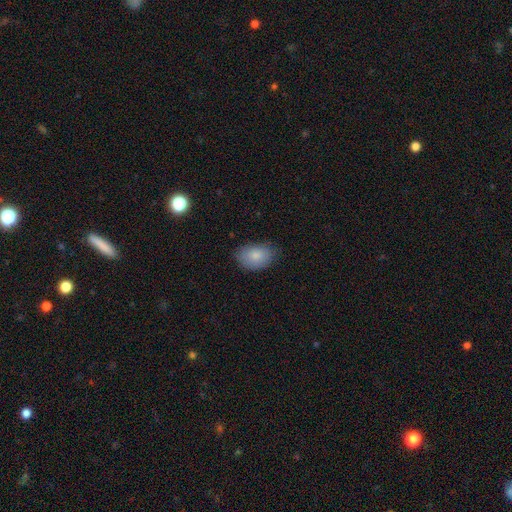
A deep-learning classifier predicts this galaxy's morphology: Smooth or featured? smooth (84%)
How rounded? in between (86%)
Merging? none (77%)